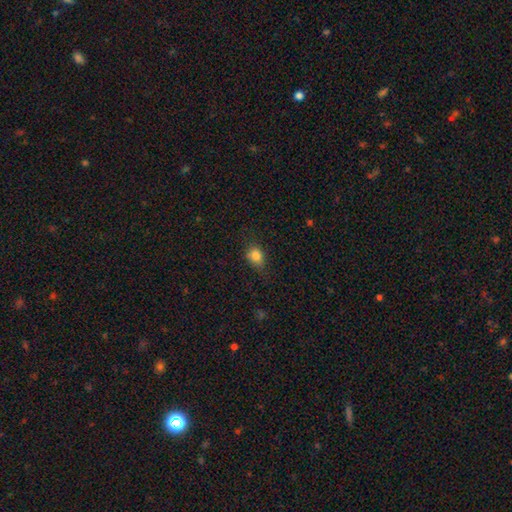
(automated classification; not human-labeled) smooth_or_featured: smooth (p=0.82) [alt: star or artifact p=0.11]
how_rounded: in between (p=0.56) [alt: round p=0.42]
merging: none (p=0.71) [alt: minor disturbance p=0.22]